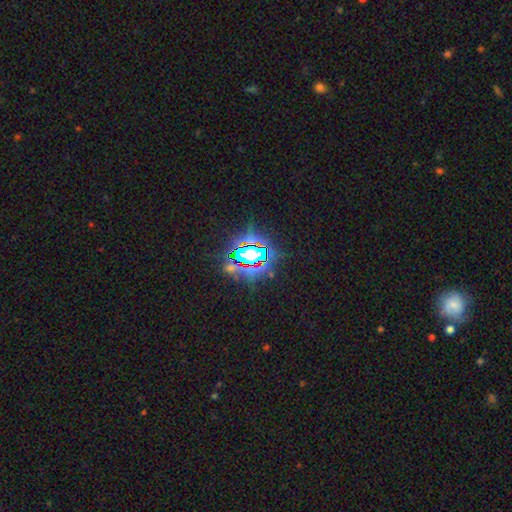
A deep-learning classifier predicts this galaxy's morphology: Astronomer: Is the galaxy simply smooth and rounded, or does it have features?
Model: star or artifact — 76%.